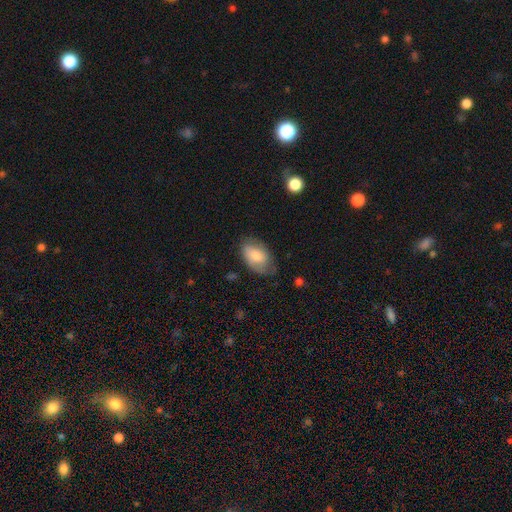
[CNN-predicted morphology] Smooth or featured?
  - smooth: 70% *
  - featured or disk: 23%
  - star or artifact: 7%
How rounded?
  - in between: 91% *
  - round: 7%
  - cigar-shaped: 1%
Merging?
  - none: 62% *
  - minor disturbance: 28%
  - major disturbance: 9%
  - merger: 1%